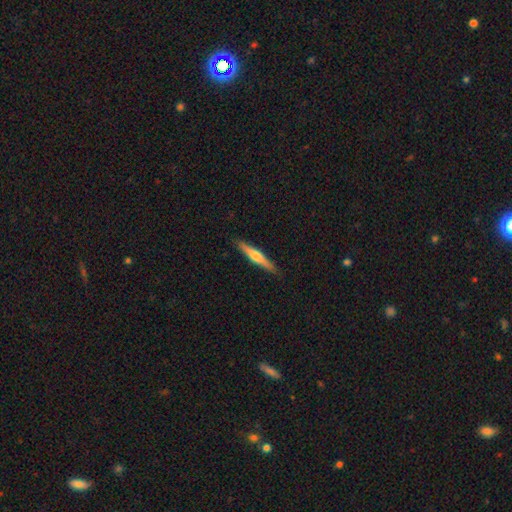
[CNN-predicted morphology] A featured or disk galaxy (52%) viewed edge-on (96%). Merging: none (89%).